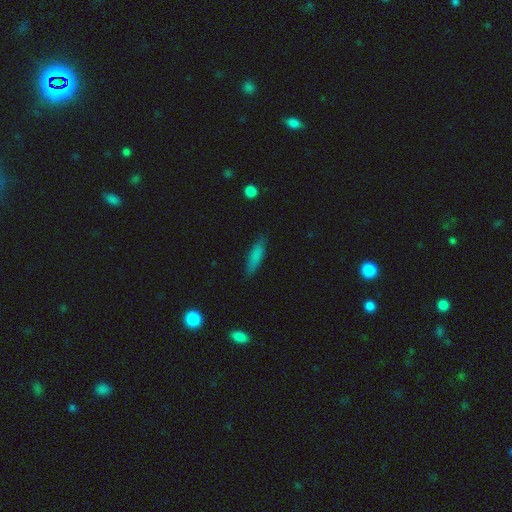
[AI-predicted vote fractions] Overall: smooth (80%). How rounded: cigar-shaped (69%; in between 29%). Merging: none (83%).